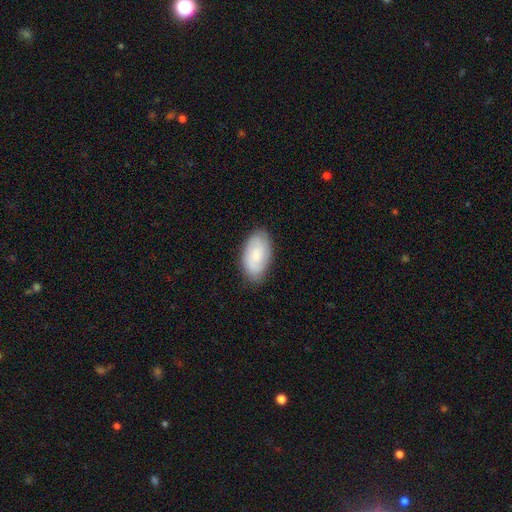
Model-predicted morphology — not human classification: A smooth galaxy with no disk features (67%) that is in between round and cigar-shaped (94%). Merging: none (81%).